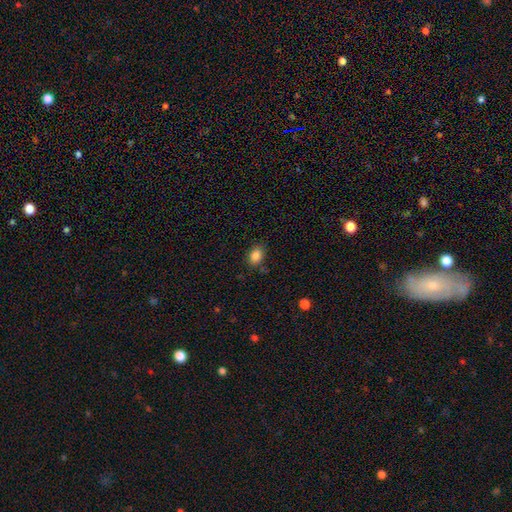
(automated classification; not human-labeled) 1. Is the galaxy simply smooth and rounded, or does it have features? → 86% smooth, 10% star or artifact, 5% featured or disk.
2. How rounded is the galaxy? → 69% in between, 30% round, 1% cigar-shaped.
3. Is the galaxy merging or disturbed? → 80% none, 14% minor disturbance, 3% major disturbance, 3% merger.